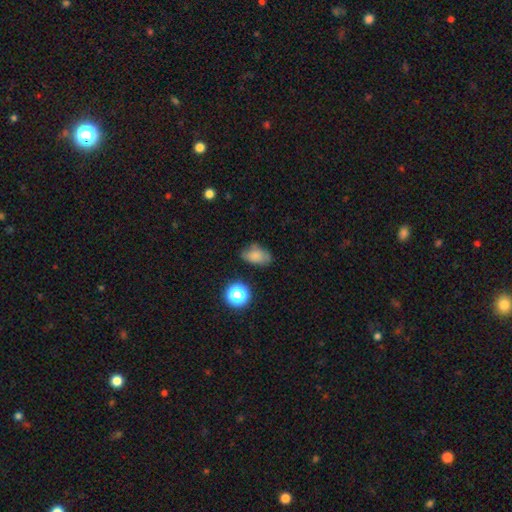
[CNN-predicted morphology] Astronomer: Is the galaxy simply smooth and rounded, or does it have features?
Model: smooth — 76%.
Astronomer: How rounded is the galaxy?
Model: in between — 84%.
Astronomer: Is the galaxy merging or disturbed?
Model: none — 65%.